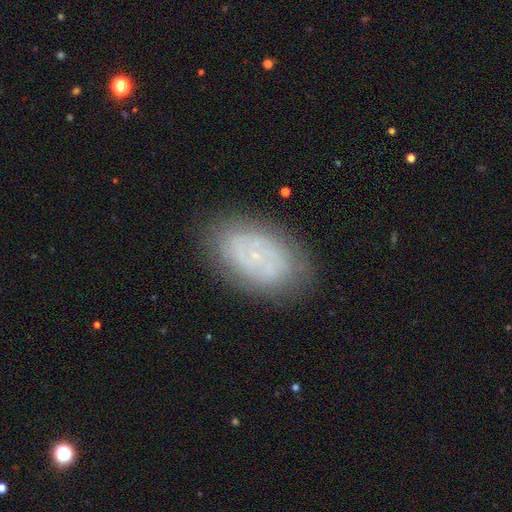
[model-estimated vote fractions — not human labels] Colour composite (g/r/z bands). It shows a featured or disk galaxy (63%) with no bar (81%), spiral arms (66%) and a small central bulge (85%). Merging: none (80%).